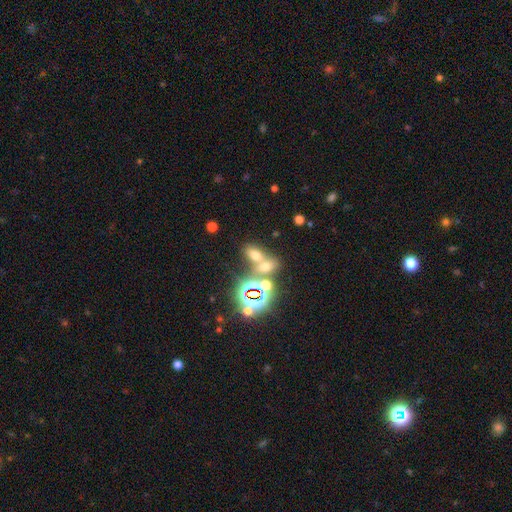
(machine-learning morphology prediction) A smooth galaxy with no disk features (53%) that is in between round and cigar-shaped (70%). Merging: merger (45%).